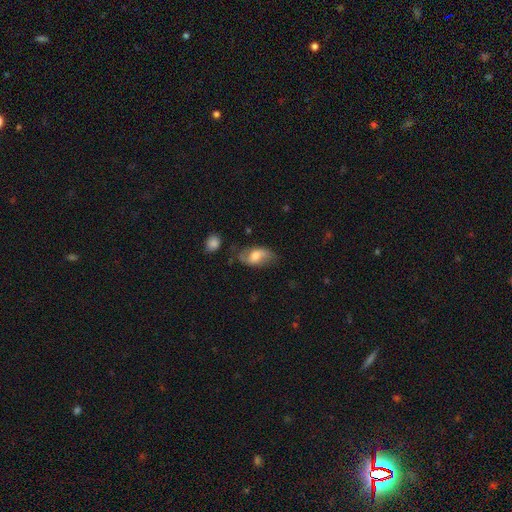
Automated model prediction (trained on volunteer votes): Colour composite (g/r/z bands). It shows a smooth galaxy with no disk features (49%). Merging: none (65%).